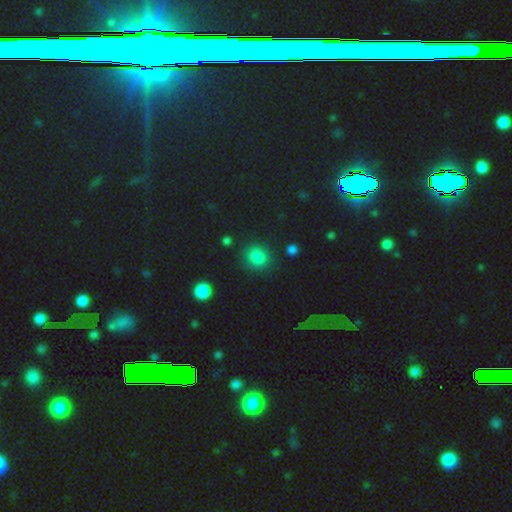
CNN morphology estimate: A smooth galaxy with no disk features (78%) that is round (67%). Merging: none (81%).